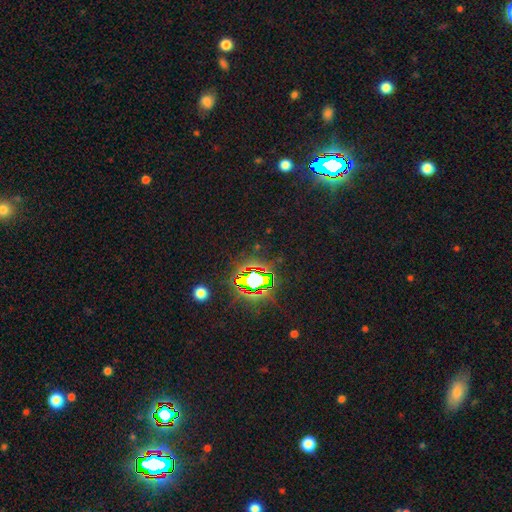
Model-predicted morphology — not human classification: Smooth or featured: star or artifact — 83% (smooth — 10%)